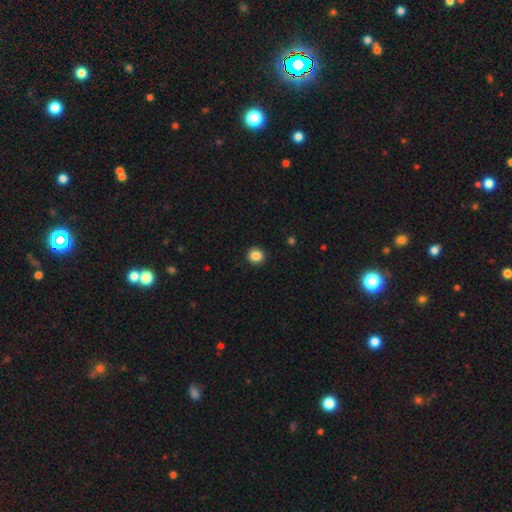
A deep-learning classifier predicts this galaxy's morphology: This is clearly a smooth galaxy (86%). How rounded: clearly round (88%). Merging: clearly none (93%).